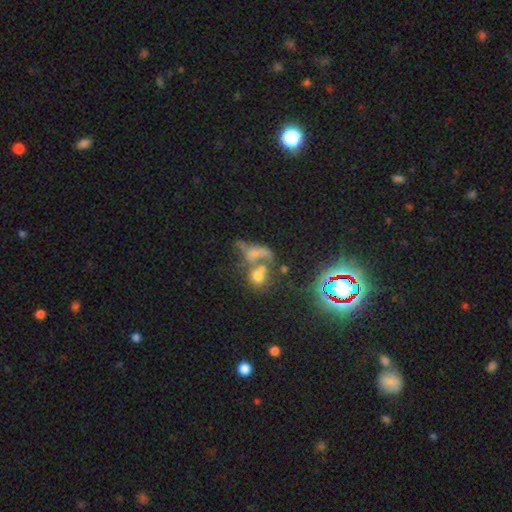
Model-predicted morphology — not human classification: type=smooth (40%); merging=merger (48%).